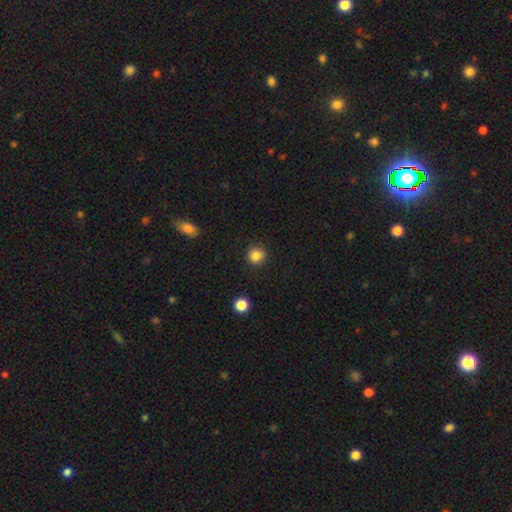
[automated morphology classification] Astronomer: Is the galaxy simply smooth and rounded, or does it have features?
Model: smooth — 85%.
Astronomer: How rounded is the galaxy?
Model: round — 89%.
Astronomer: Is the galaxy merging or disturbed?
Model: none — 90%.